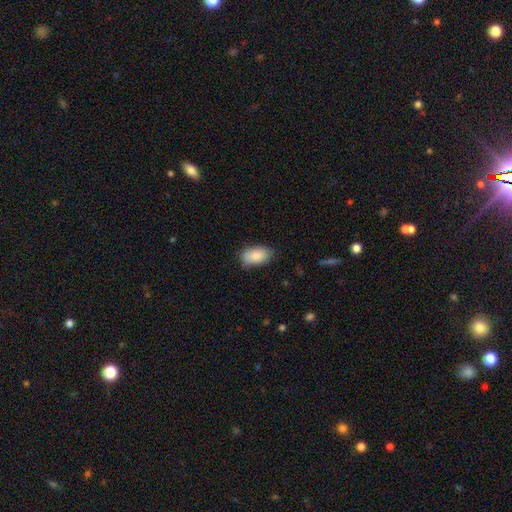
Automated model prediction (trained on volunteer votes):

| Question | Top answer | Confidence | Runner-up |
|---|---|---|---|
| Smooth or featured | smooth | 87% | featured or disk (7%) |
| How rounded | in between | 93% | round (5%) |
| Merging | none | 70% | minor disturbance (24%) |